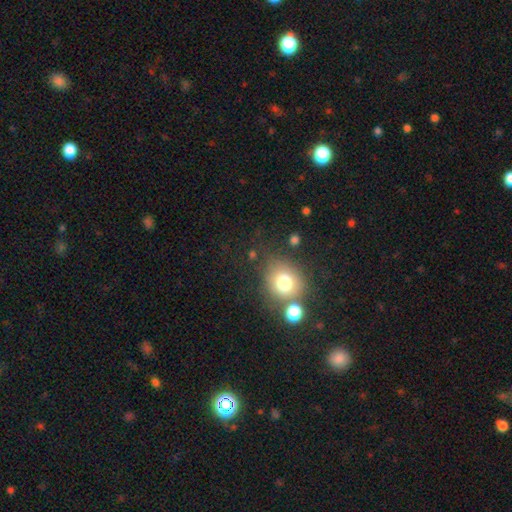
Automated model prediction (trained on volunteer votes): Q: Smooth or featured?
A: smooth (67%); runner-up: star or artifact (23%)
Q: How rounded?
A: round (79%); runner-up: in between (20%)
Q: Merging?
A: none (75%); runner-up: minor disturbance (11%)